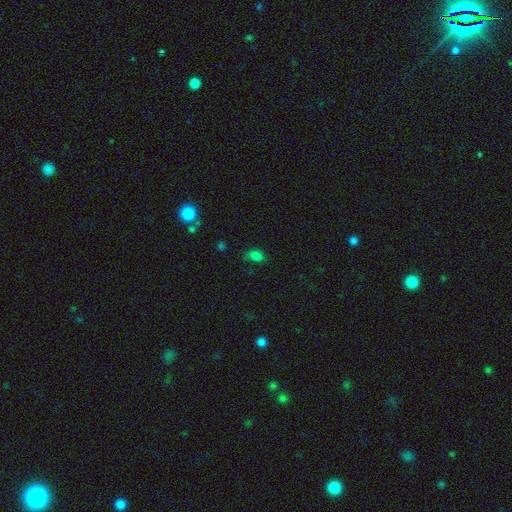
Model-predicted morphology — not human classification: smooth_or_featured: smooth (p=0.76) [alt: star or artifact p=0.18]
how_rounded: in between (p=0.76) [alt: round p=0.23]
merging: none (p=0.63) [alt: minor disturbance p=0.26]